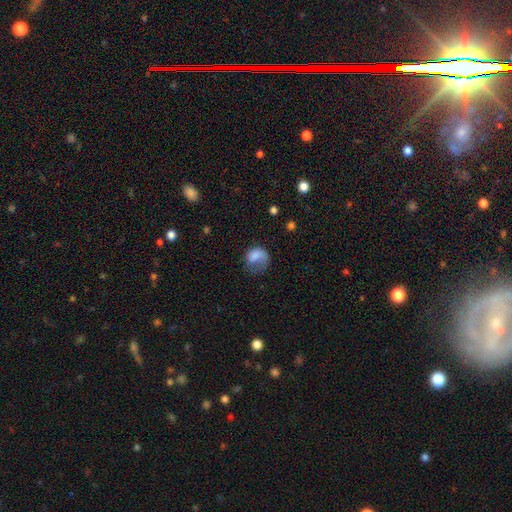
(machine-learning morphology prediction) smooth 69%, featured or disk 22%, star or artifact 9%. Down the decision tree: how rounded — round (55%); merging — major disturbance (43%).